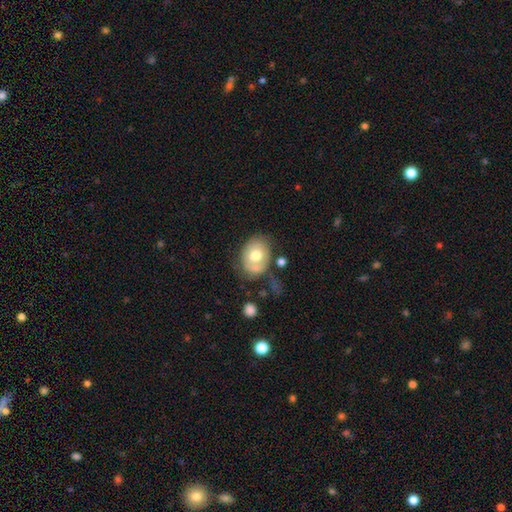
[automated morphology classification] Smooth or featured? Predicted: smooth (p=0.63). How rounded? Predicted: in between (p=0.57). Merging? Predicted: none (p=0.52).